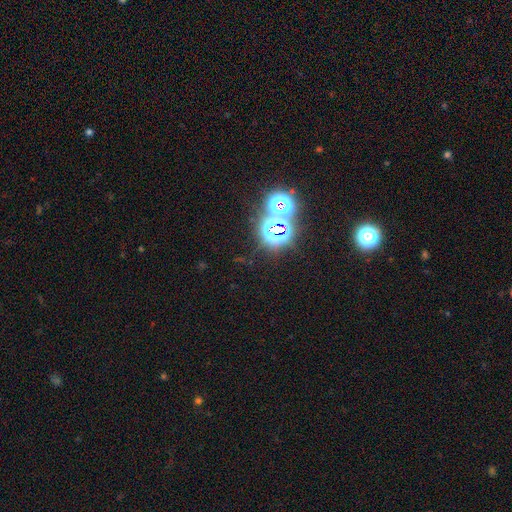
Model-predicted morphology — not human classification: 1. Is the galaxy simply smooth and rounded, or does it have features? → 69% star or artifact, 22% smooth, 9% featured or disk.